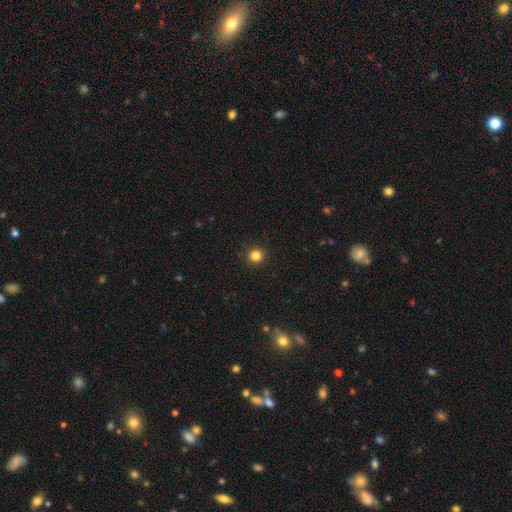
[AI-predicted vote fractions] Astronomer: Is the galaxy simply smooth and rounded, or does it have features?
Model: smooth — 83%.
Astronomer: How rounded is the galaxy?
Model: round — 96%.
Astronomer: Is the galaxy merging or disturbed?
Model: none — 92%.